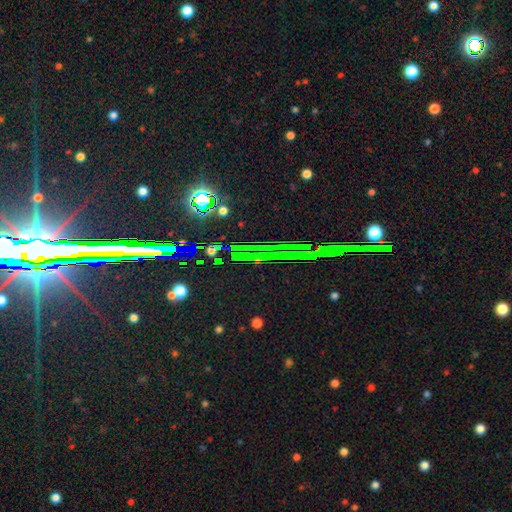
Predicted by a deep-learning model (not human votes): Smooth or featured? Predicted: star or artifact (p=0.80).